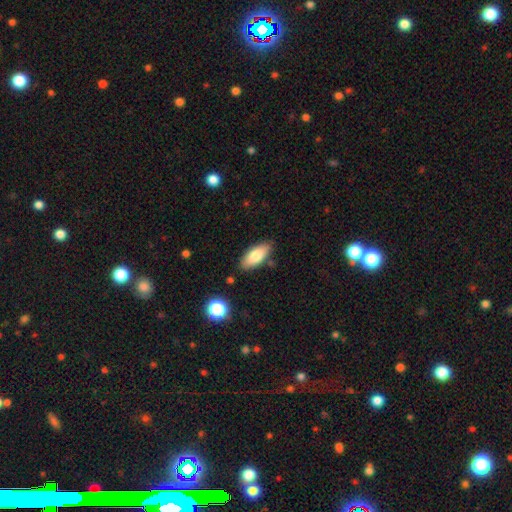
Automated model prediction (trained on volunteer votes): Overall: smooth (79%). How rounded: in between (84%). Merging: none (83%).